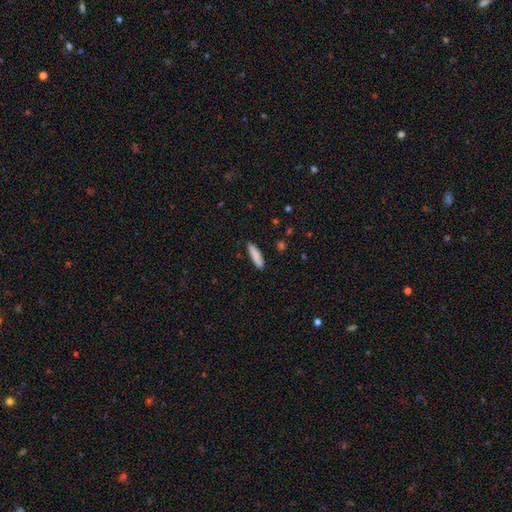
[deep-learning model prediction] A smooth galaxy with no disk features (86%) that is cigar-shaped (75%).

Vote fractions:
- Smooth or featured? smooth: 86% / featured or disk: 7% / star or artifact: 6%
- How rounded? cigar-shaped: 75% / in between: 23% / round: 1%
- Merging? none: 85% / minor disturbance: 12% / major disturbance: 2% / merger: 2%